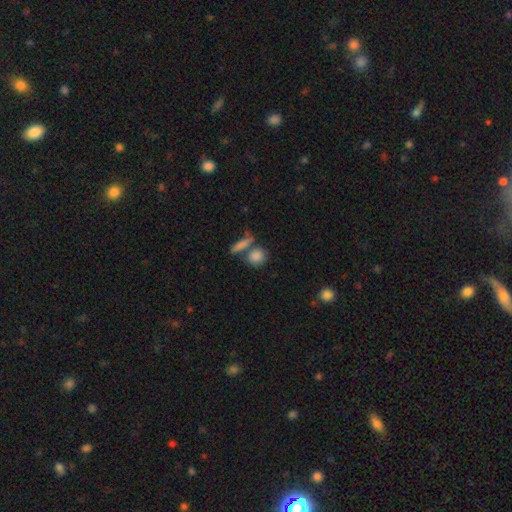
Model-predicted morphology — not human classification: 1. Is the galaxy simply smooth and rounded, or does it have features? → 83% smooth, 9% star or artifact, 8% featured or disk.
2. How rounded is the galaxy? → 61% round, 31% in between, 8% cigar-shaped.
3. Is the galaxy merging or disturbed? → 54% none, 31% merger, 10% minor disturbance, 5% major disturbance.